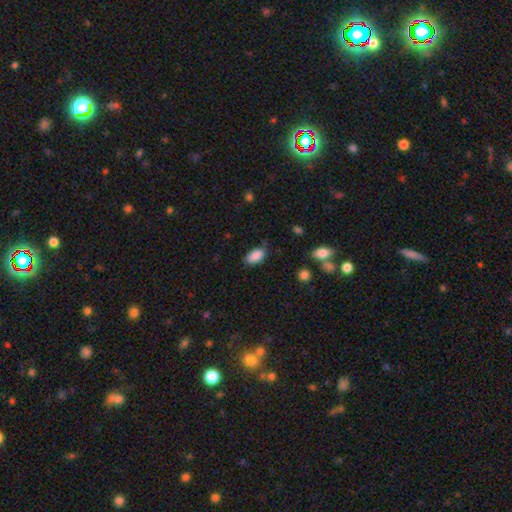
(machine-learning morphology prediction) Overall: smooth (89%). How rounded: in between (93%). Merging: none (75%).